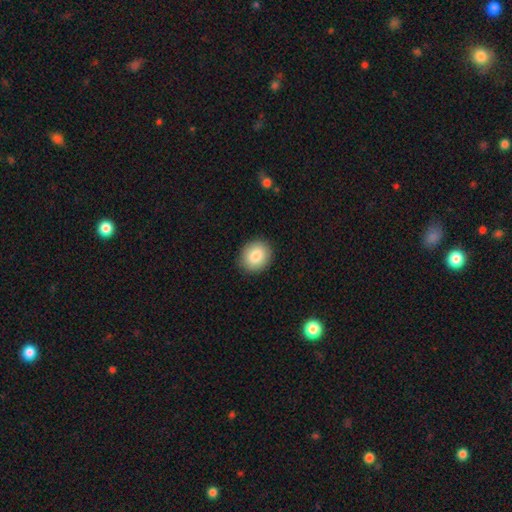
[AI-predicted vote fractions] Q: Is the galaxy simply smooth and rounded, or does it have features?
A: smooth — 85%.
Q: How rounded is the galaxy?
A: round — 73%.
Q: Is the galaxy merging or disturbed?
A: none — 90%.